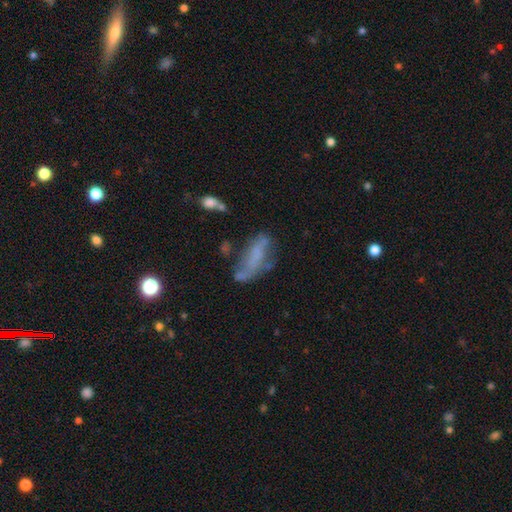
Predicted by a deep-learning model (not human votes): Morphology: type=featured or disk (44%); merging=none (39%).